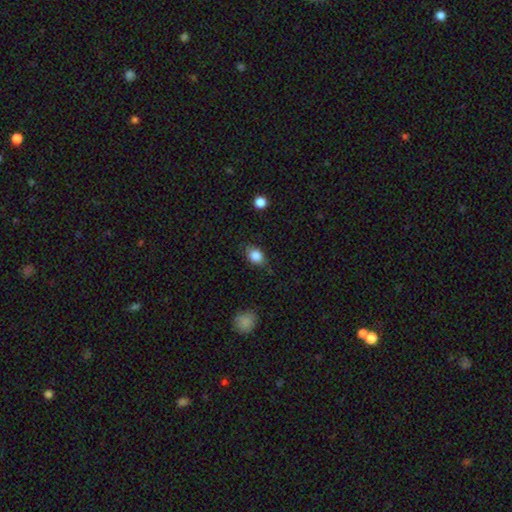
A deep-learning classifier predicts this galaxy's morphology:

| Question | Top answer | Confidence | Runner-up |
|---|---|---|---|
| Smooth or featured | smooth | 85% | star or artifact (9%) |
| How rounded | in between | 71% | round (27%) |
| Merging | none | 78% | minor disturbance (17%) |